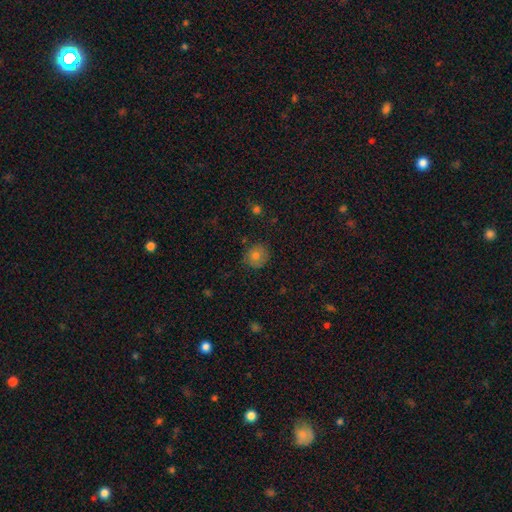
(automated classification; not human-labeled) Overall: smooth (75%). How rounded: round (86%). Merging: none (84%).